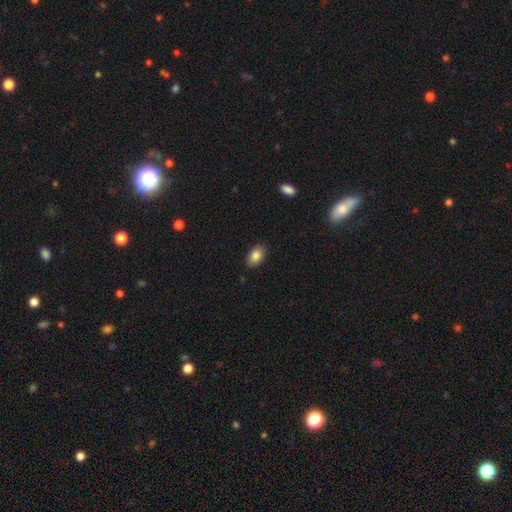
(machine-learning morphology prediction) Overall: smooth (87%). How rounded: in between (90%). Merging: none (87%).